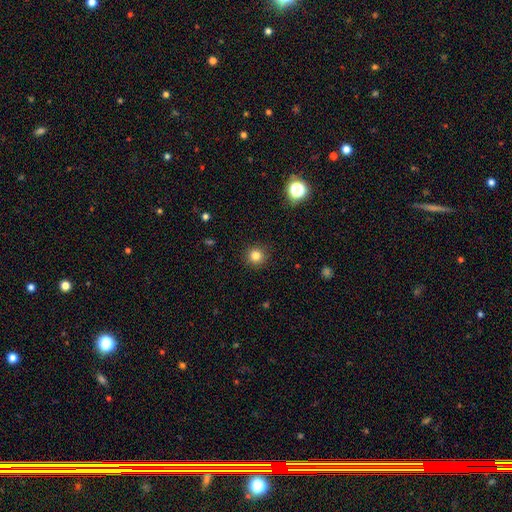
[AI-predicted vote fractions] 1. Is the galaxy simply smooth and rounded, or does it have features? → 82% smooth, 13% star or artifact, 5% featured or disk.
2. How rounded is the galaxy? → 94% round, 5% in between, 1% cigar-shaped.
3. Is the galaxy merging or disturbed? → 91% none, 6% minor disturbance, 2% major disturbance, 1% merger.